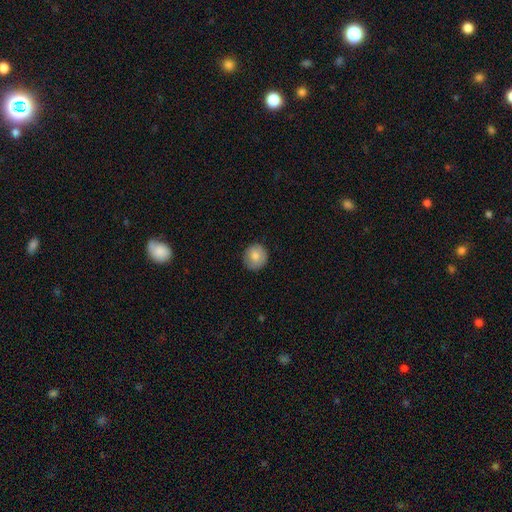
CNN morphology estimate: smooth_or_featured: smooth (p=0.81) [alt: featured or disk p=0.11]
how_rounded: round (p=0.91) [alt: in between p=0.08]
merging: none (p=0.87) [alt: minor disturbance p=0.10]